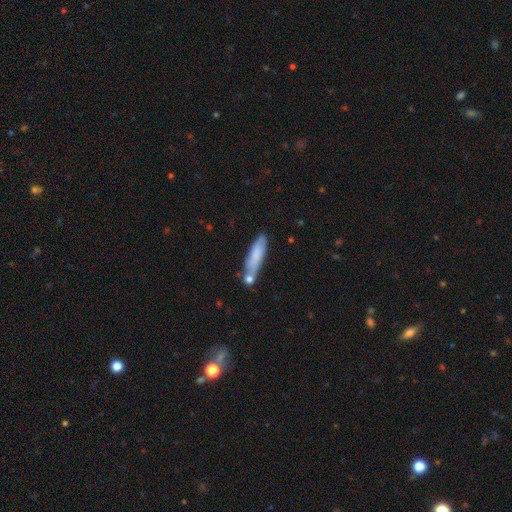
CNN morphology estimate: Smooth or featured: smooth — 71% (featured or disk — 22%)
How rounded: cigar-shaped — 74% (in between — 25%)
Merging: none — 58% (minor disturbance — 20%)